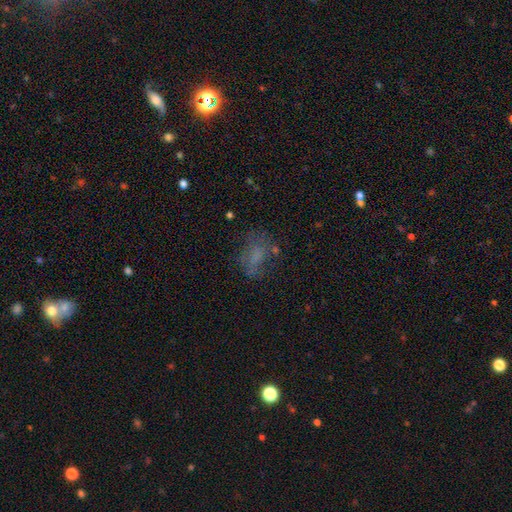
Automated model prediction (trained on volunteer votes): Smooth or featured: smooth — 55% (featured or disk — 25%)
How rounded: in between — 77% (round — 19%)
Merging: none — 53% (major disturbance — 21%)